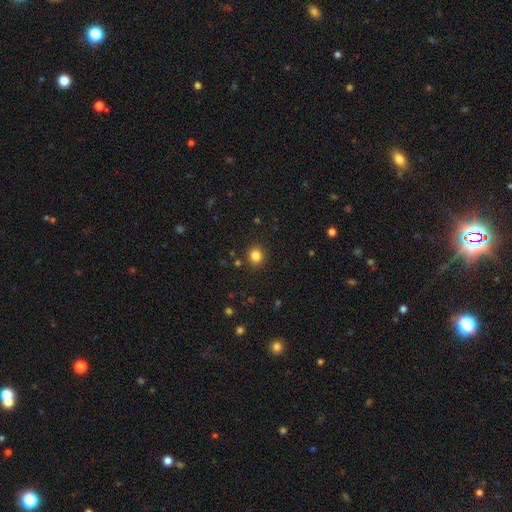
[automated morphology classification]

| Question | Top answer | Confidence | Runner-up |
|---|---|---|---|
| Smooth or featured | smooth | 83% | star or artifact (12%) |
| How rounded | round | 82% | in between (17%) |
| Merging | none | 89% | minor disturbance (7%) |